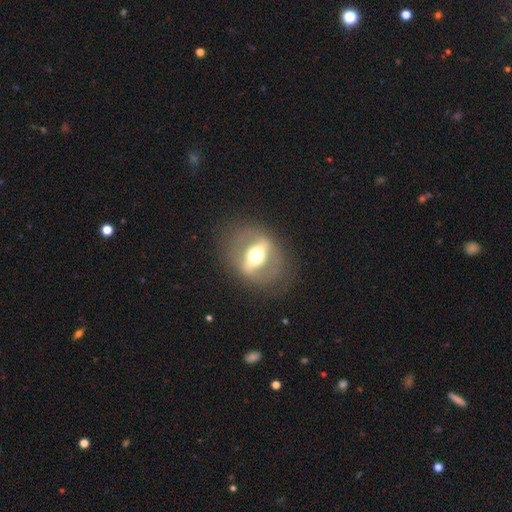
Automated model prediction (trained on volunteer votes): smooth_or_featured: featured or disk (p=0.74) [alt: smooth p=0.19]
disk_edge_on: no (p=0.66) [alt: yes p=0.34]
merging: none (p=0.78) [alt: minor disturbance p=0.12]